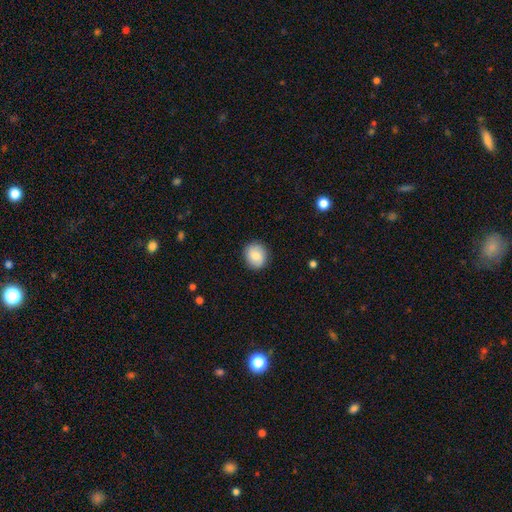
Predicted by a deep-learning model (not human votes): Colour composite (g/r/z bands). It shows a smooth galaxy with no disk features (82%) that is round (77%). Merging: none (88%).